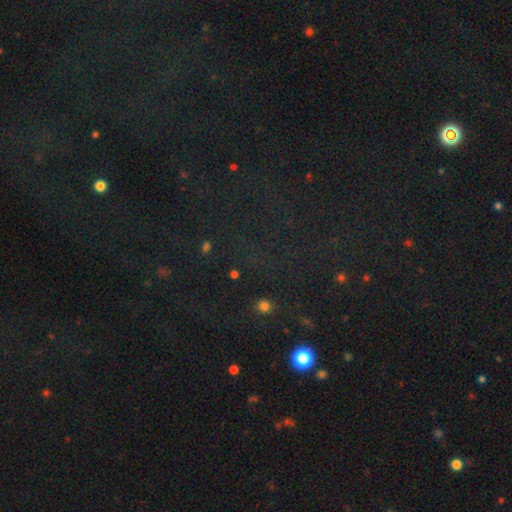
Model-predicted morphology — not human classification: Overall: star or artifact (74%).